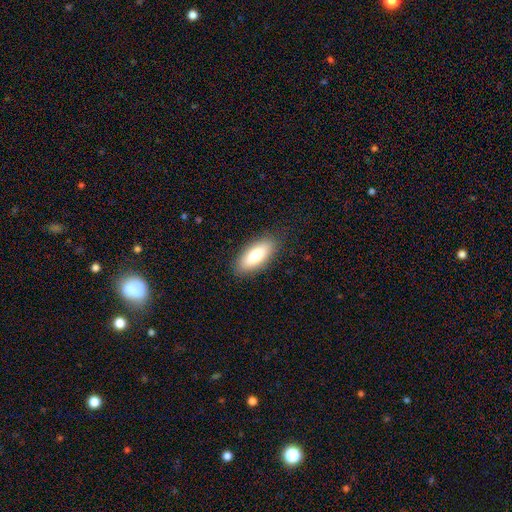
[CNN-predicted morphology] The model was most divided on "how rounded": in between: 79%, cigar-shaped: 19%, round: 2%. More confident: merging — none (86%); smooth or featured — smooth (80%).